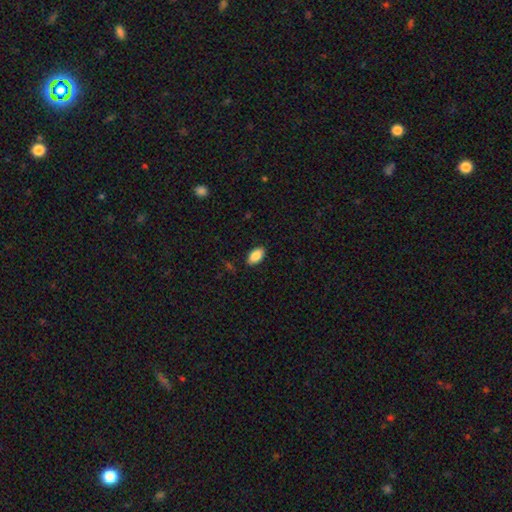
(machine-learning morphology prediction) type=smooth (88%); roundness=in between (94%); merging=none (87%).